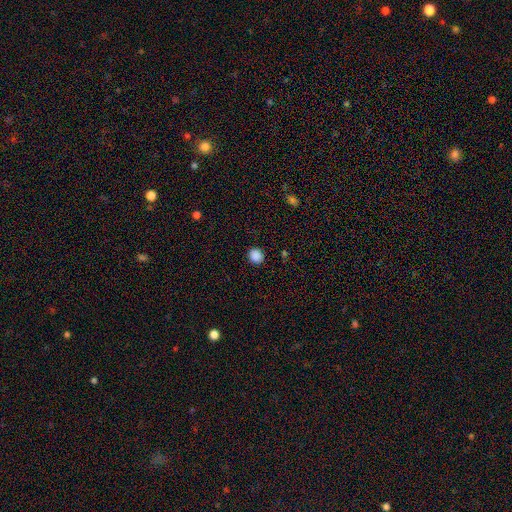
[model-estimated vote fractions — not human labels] Smooth or featured: smooth — 87% (star or artifact — 10%)
How rounded: round — 83% (in between — 16%)
Merging: none — 90% (minor disturbance — 7%)